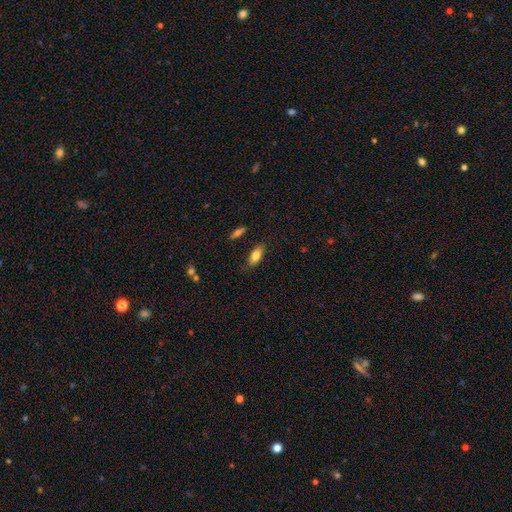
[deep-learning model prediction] This is likely a smooth galaxy (77%). How rounded: likely in between (80%). Merging: clearly none (82%).